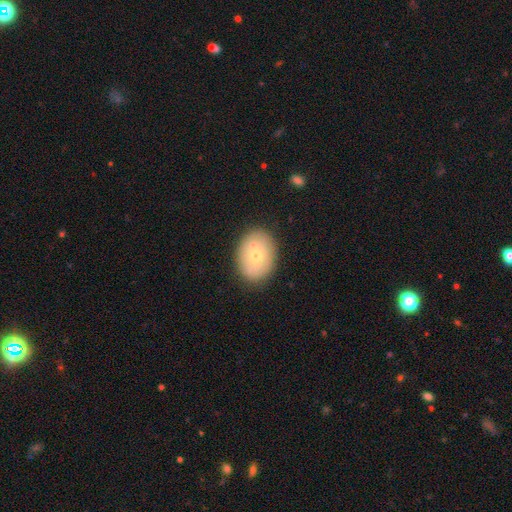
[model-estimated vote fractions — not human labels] Q: Smooth or featured?
A: smooth (57%); runner-up: featured or disk (35%)
Q: How rounded?
A: in between (64%); runner-up: round (35%)
Q: Merging?
A: none (84%); runner-up: minor disturbance (11%)